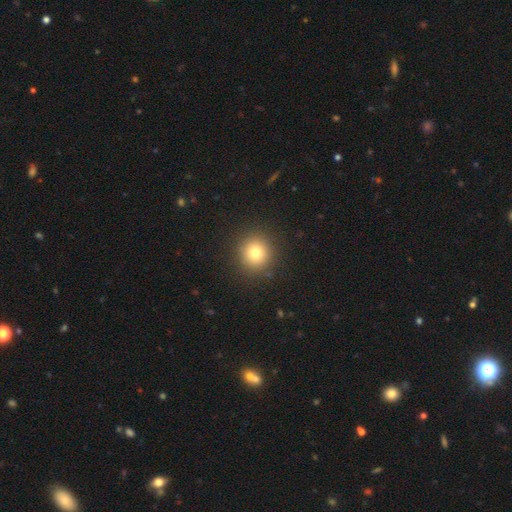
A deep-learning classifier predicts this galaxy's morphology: Smooth or featured? Predicted: smooth (p=0.78). How rounded? Predicted: round (p=0.92). Merging? Predicted: none (p=0.90).